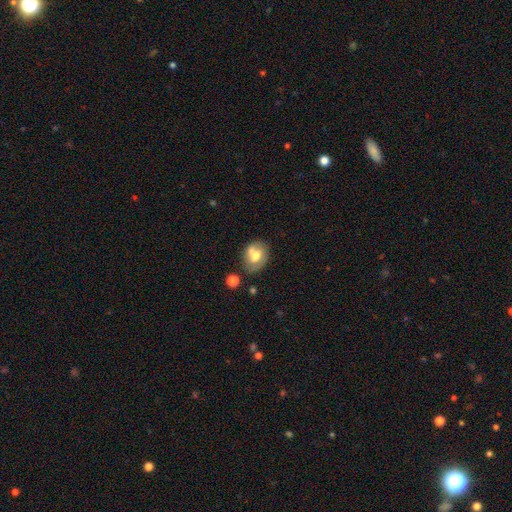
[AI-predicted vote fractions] This is possibly a smooth galaxy (58%). How rounded: possibly in between (56%). Merging: possibly none (54%).